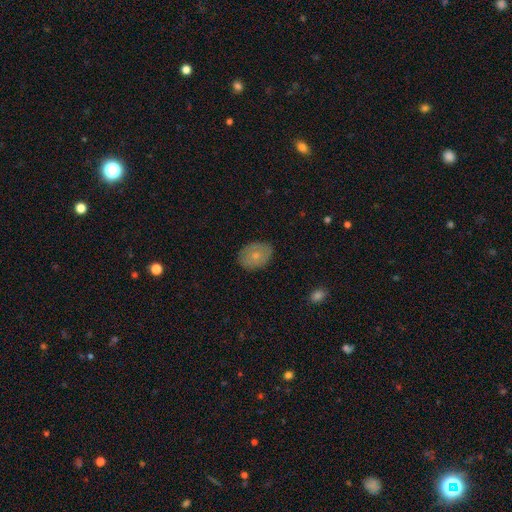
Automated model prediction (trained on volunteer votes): The model was most divided on "how rounded": in between: 67%, round: 32%, cigar-shaped: 1%. More confident: merging — none (84%); smooth or featured — smooth (70%).